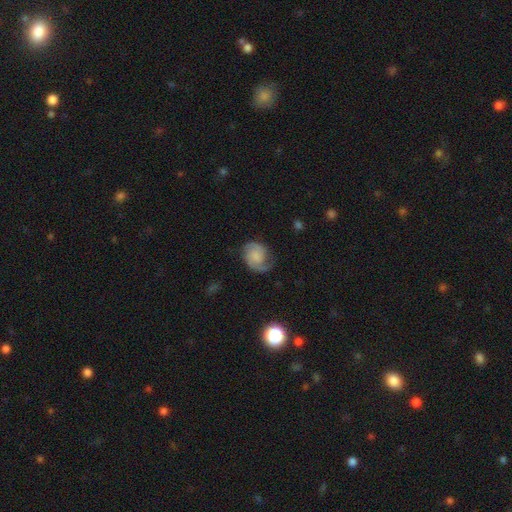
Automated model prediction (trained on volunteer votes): This is likely a featured or disk galaxy (67%). It is clearly not viewed edge-on (98%). Bar: likely no (63%). Spiral arm pattern: clearly yes (94%). Spiral arm count: likely 2 (72%). Spiral winding: marginally medium (45%). Central bulge: possibly none (45%). Merging: likely none (64%).